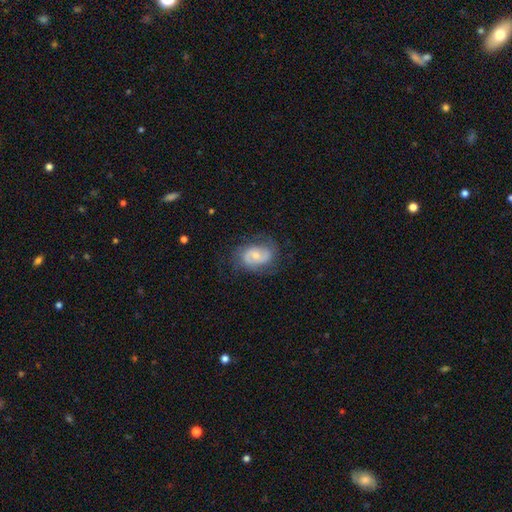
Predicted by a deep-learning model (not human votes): Smooth or featured?
  - featured or disk: 62% *
  - smooth: 31%
  - star or artifact: 7%
Edge-on disk?
  - no: 97% *
  - yes: 3%
Bar?
  - no: 56% *
  - weak: 36%
  - strong: 9%
Spiral arms?
  - yes: 81% *
  - no: 19%
Bulge size?
  - small: 47% * (tied)
  - moderate: 47% * (tied)
  - large: 3%
  - none: 2%
  - dominant: 1%
Merging?
  - none: 70% *
  - minor disturbance: 19%
  - major disturbance: 10%
  - merger: 1%